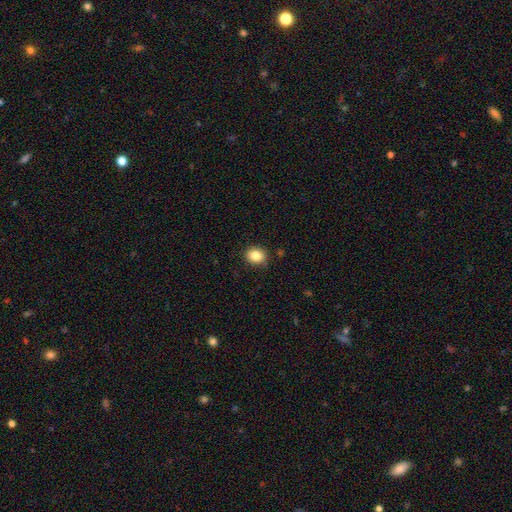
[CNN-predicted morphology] Smooth or featured? Predicted: smooth (p=0.85). How rounded? Predicted: round (p=0.62). Merging? Predicted: none (p=0.87).